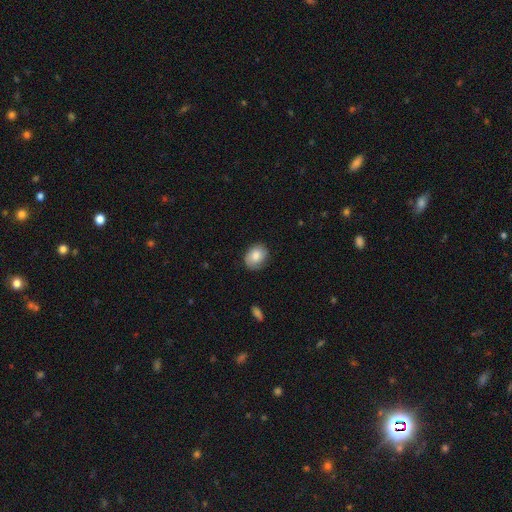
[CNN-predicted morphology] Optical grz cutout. It shows a smooth galaxy with no disk features (82%) that is in between round and cigar-shaped (54%). Merging: none (81%).